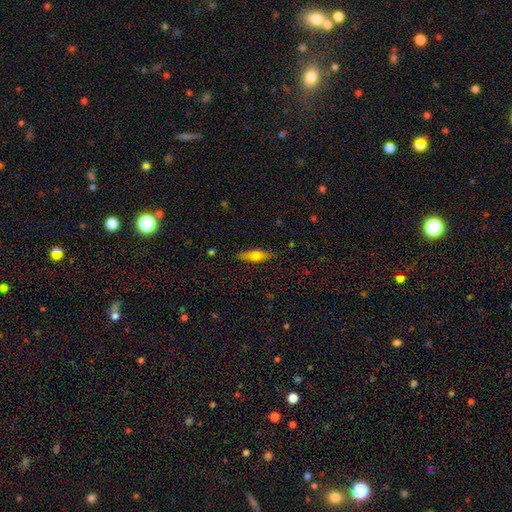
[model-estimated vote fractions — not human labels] Morphology: type=smooth (71%); roundness=in between (58%); merging=none (81%).